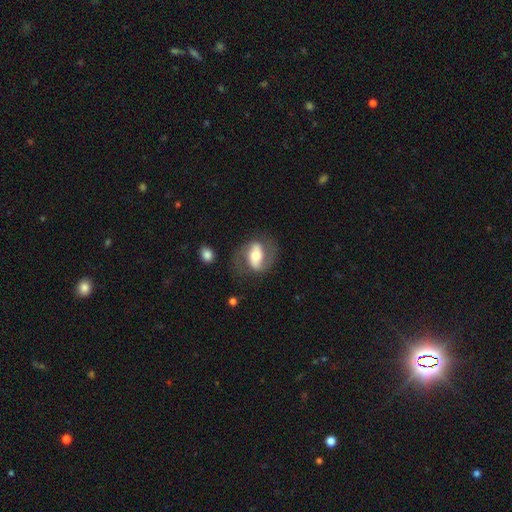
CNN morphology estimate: smooth-or-featured: featured or disk: 72% | smooth: 22% | star or artifact: 6%
  disk-edge-on: no: 95% | yes: 5%
    bar: strong: 47% | weak: 31% | no: 22%
    has-spiral-arms: yes: 87% | no: 13%
      spiral-winding: medium: 49% | loose: 32% | tight: 18%
      spiral-arm-count: 2: 89% | can't tell: 5% | 1: 3% | 3: 1% | 4: 1% | more than 4: 1%
    bulge-size: moderate: 57% | large: 23% | small: 15% | dominant: 3% | none: 2%
  merging: none: 69% | minor disturbance: 17% | major disturbance: 12% | merger: 2%